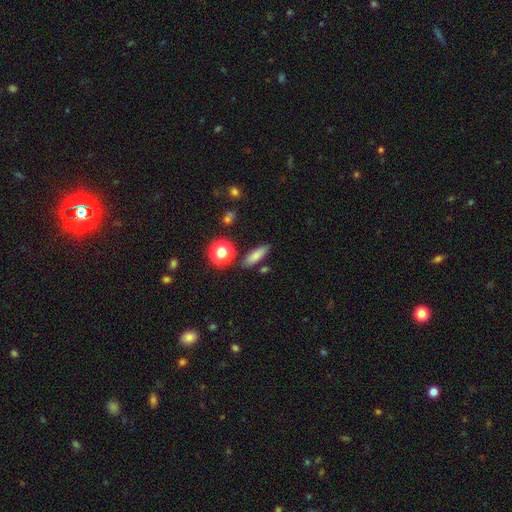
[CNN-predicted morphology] Overall: smooth (78%). How rounded: cigar-shaped (47%; in between 44%). Merging: none (83%).